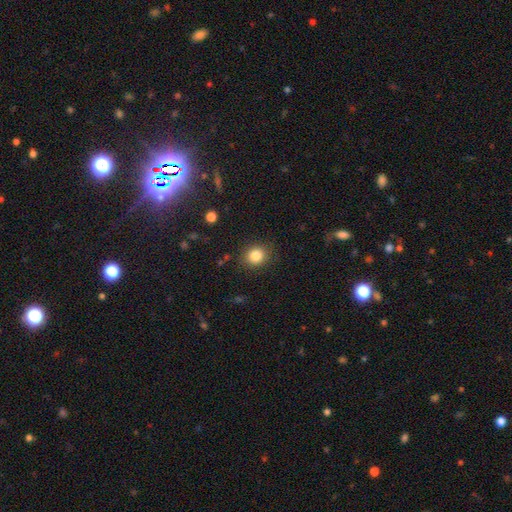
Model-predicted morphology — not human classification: Overall: smooth (83%). How rounded: round (75%). Merging: none (87%).